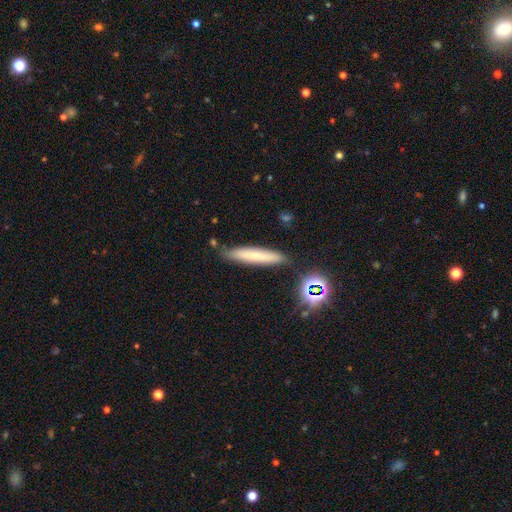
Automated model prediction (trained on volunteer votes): A smooth galaxy with no disk features (65%) that is cigar-shaped (89%).

Vote fractions:
- Smooth or featured? smooth: 65% / featured or disk: 23% / star or artifact: 11%
- How rounded? cigar-shaped: 89% / in between: 9% / round: 2%
- Merging? none: 83% / minor disturbance: 11% / merger: 3% / major disturbance: 2%